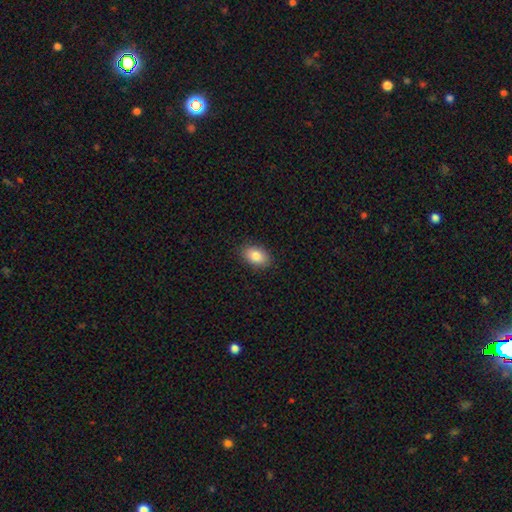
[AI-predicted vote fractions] smooth 85%, star or artifact 8%, featured or disk 7%. Down the decision tree: how rounded — in between (88%); merging — none (88%).